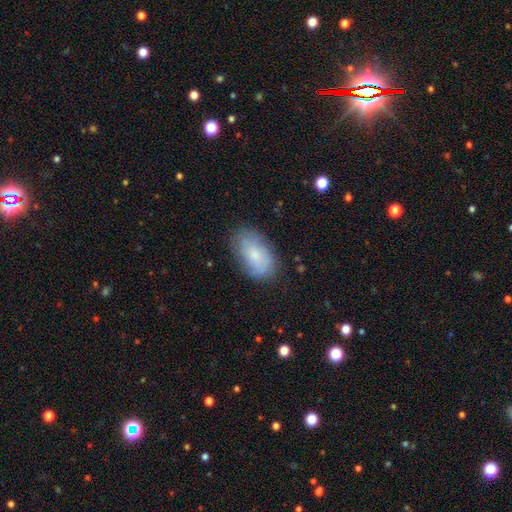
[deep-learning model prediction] Smooth or featured?
  - smooth: 61% *
  - featured or disk: 31%
  - star or artifact: 7%
How rounded?
  - in between: 92% *
  - round: 6%
  - cigar-shaped: 2%
Merging?
  - none: 72% *
  - minor disturbance: 21%
  - major disturbance: 6%
  - merger: 1%